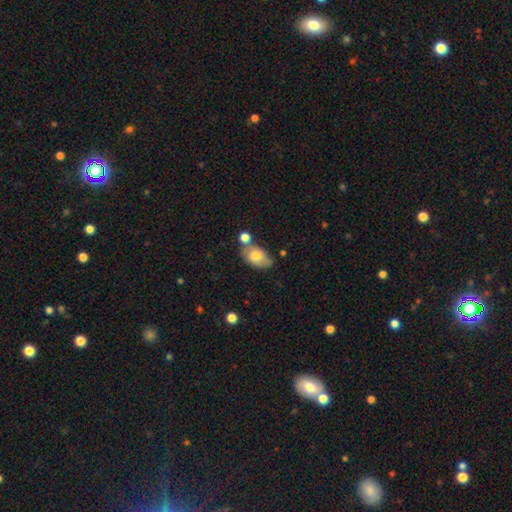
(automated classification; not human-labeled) smooth 73%, featured or disk 20%, star or artifact 7%. Down the decision tree: how rounded — in between (89%); merging — none (44%).